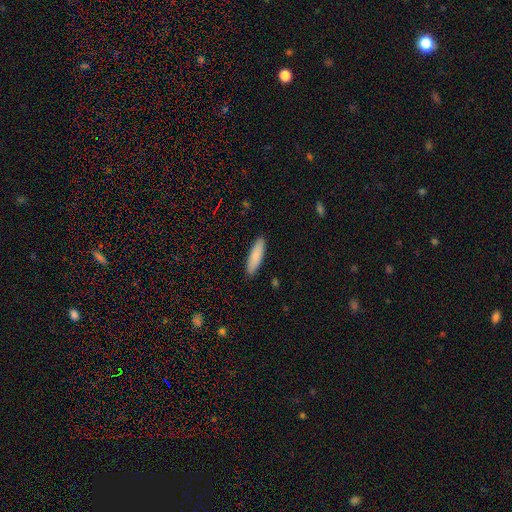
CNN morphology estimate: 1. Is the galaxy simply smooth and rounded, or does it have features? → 86% smooth, 8% featured or disk, 6% star or artifact.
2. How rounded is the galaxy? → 65% cigar-shaped, 33% in between, 1% round.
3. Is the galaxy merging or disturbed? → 91% none, 7% minor disturbance, 1% major disturbance, 1% merger.